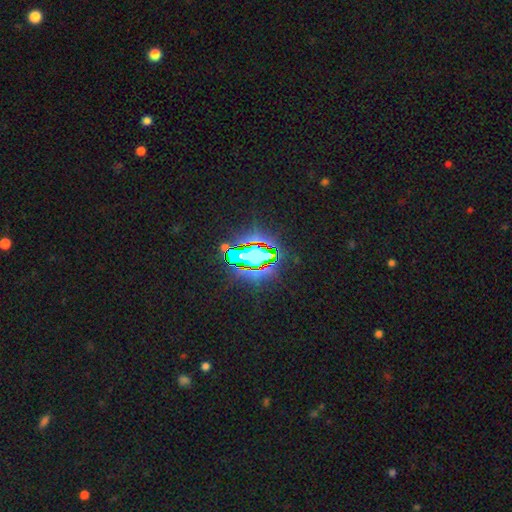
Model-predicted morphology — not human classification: smooth_or_featured: star or artifact (p=0.71) [alt: smooth p=0.17]